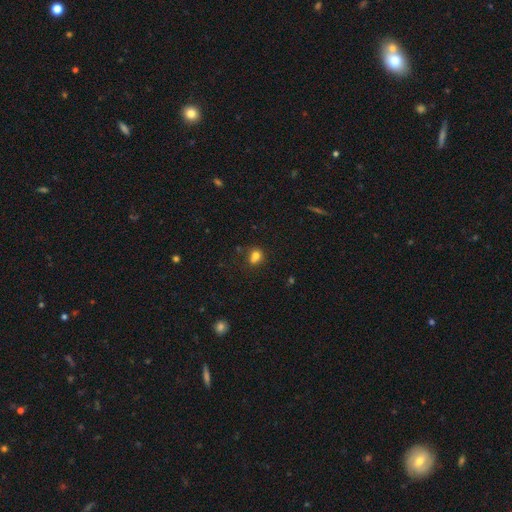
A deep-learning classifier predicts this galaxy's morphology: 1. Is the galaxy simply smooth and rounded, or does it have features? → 76% smooth, 14% star or artifact, 10% featured or disk.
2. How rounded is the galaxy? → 61% round, 37% in between, 1% cigar-shaped.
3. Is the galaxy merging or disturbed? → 54% none, 21% merger, 19% minor disturbance, 6% major disturbance.